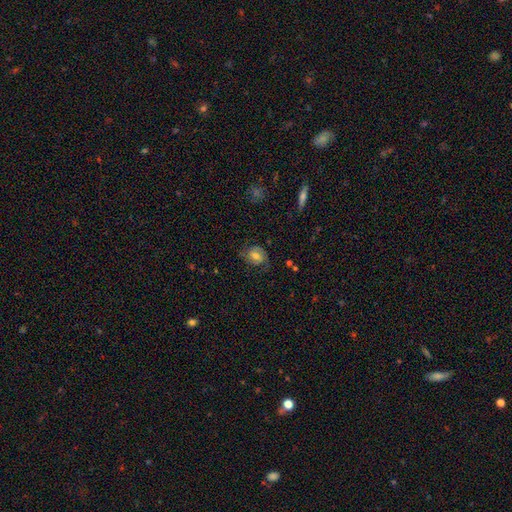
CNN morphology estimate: featured or disk 62%, smooth 28%, star or artifact 9%. Down the decision tree: edge-on disk — no (97%); bar — no (46%); spiral arms — yes (90%); spiral arm count — 2 (81%); spiral winding — medium (43%); bulge size — moderate (60%); merging — none (71%).